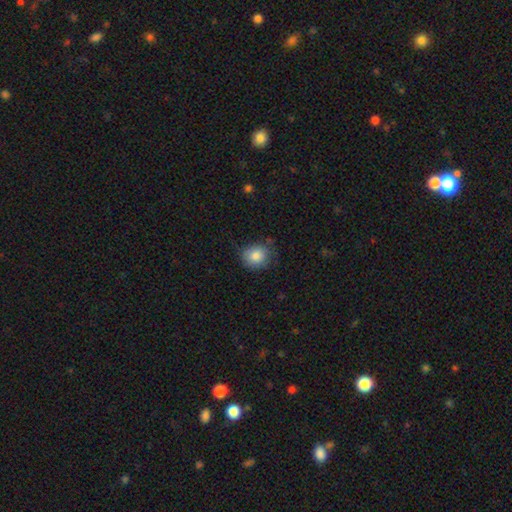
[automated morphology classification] Smooth or featured?
  - smooth: 84% *
  - star or artifact: 8%
  - featured or disk: 7%
How rounded?
  - round: 78% *
  - in between: 22%
  - cigar-shaped: 1%
Merging?
  - none: 74% *
  - minor disturbance: 21%
  - major disturbance: 4%
  - merger: 2%